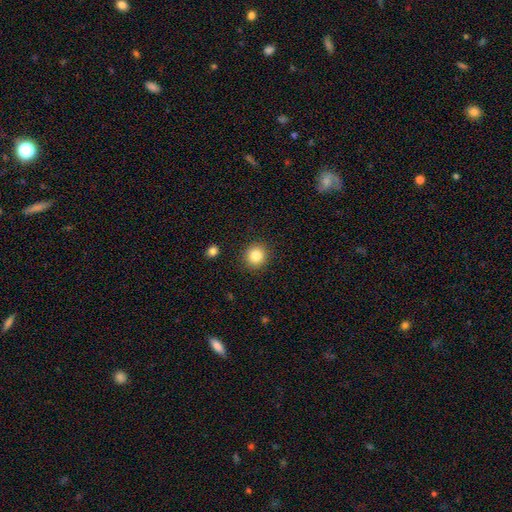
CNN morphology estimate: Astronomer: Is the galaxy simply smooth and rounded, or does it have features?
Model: smooth — 84%.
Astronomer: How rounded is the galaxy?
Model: round — 90%.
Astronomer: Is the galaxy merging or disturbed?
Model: none — 90%.